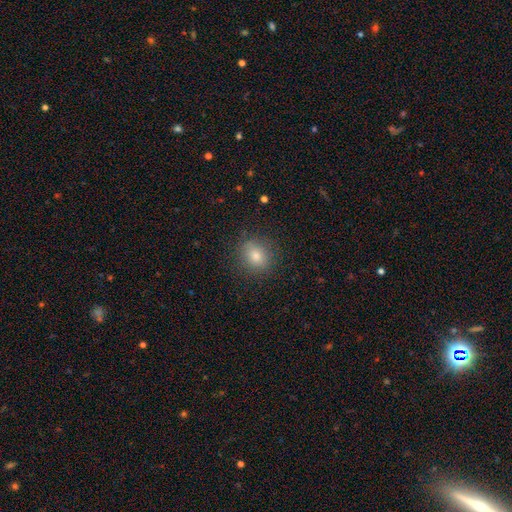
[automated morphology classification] smooth-or-featured: smooth: 79% | star or artifact: 13% | featured or disk: 8%
  how-rounded: round: 71% | in between: 27% | cigar-shaped: 1%
  merging: none: 87% | minor disturbance: 9% | major disturbance: 3% | merger: 1%